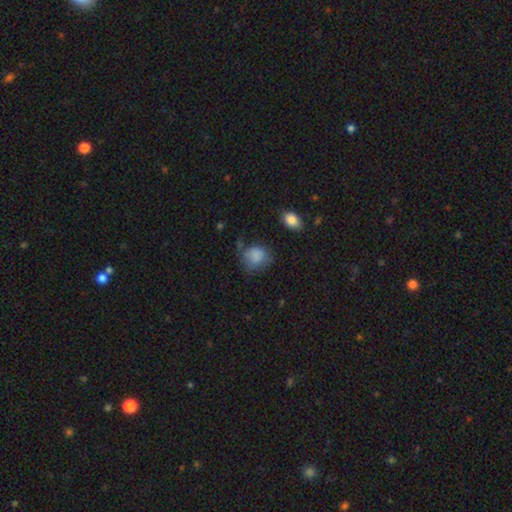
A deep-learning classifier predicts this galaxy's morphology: The model was most divided on "merging": none: 51%, minor disturbance: 30%, major disturbance: 15%, merger: 4%. More confident: smooth or featured — smooth (82%); how rounded — round (63%).